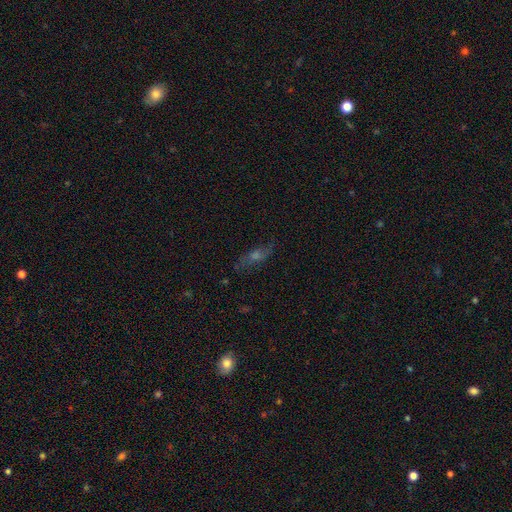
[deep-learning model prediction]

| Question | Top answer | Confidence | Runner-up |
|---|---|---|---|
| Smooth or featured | featured or disk | 53% | smooth (27%) |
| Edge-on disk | no | 65% | yes (35%) |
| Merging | none | 75% | minor disturbance (16%) |